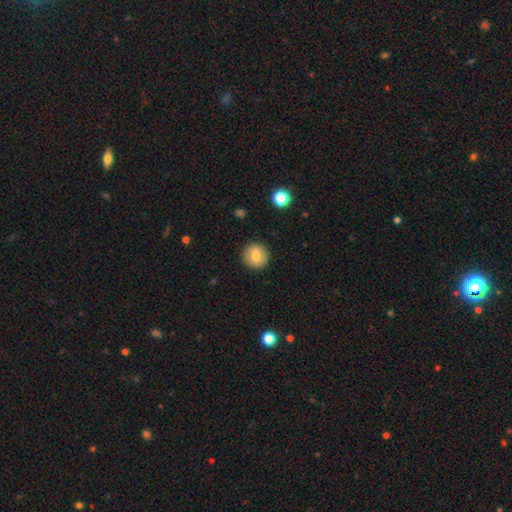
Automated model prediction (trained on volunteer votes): Q: Smooth or featured?
A: smooth (77%); runner-up: featured or disk (15%)
Q: How rounded?
A: round (94%); runner-up: in between (5%)
Q: Merging?
A: none (90%); runner-up: minor disturbance (7%)